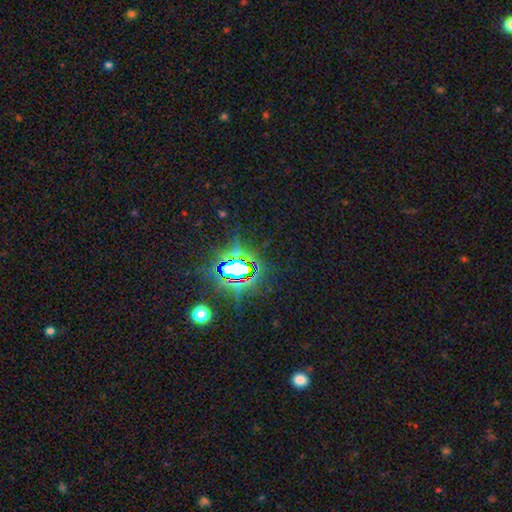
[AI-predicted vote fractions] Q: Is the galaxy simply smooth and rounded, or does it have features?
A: star or artifact — 84%.